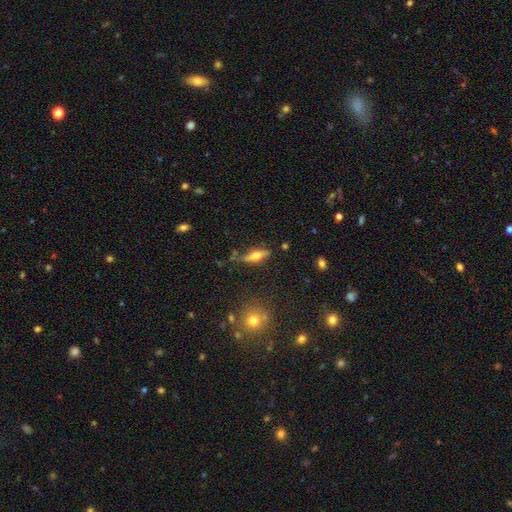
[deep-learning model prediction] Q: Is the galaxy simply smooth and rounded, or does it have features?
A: featured or disk — 57%.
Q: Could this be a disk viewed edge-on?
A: yes — 89%.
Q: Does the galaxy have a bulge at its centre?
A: rounded — 94%.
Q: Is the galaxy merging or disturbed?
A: none — 71%.